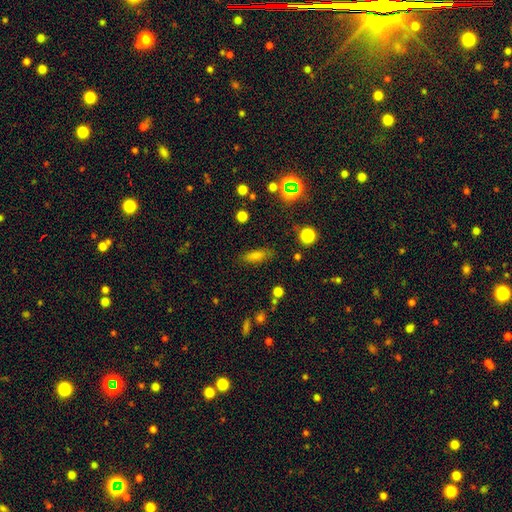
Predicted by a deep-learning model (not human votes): smooth_or_featured: smooth (p=0.78) [alt: star or artifact p=0.13]
how_rounded: in between (p=0.62) [alt: cigar-shaped p=0.34]
merging: none (p=0.81) [alt: minor disturbance p=0.13]